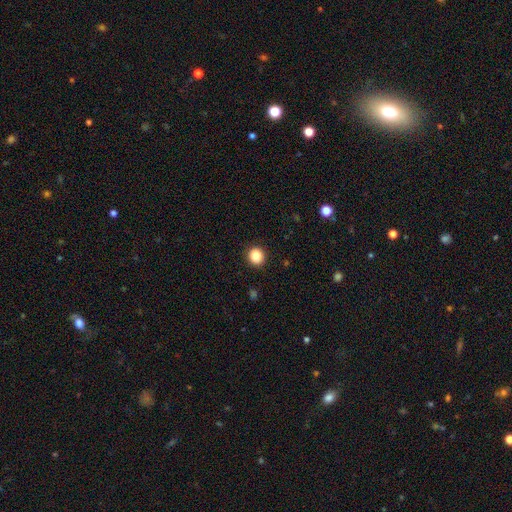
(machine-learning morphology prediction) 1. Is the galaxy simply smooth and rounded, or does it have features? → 86% smooth, 10% star or artifact, 4% featured or disk.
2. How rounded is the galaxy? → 90% round, 9% in between, 1% cigar-shaped.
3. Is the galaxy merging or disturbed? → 92% none, 5% minor disturbance, 2% major disturbance, 1% merger.